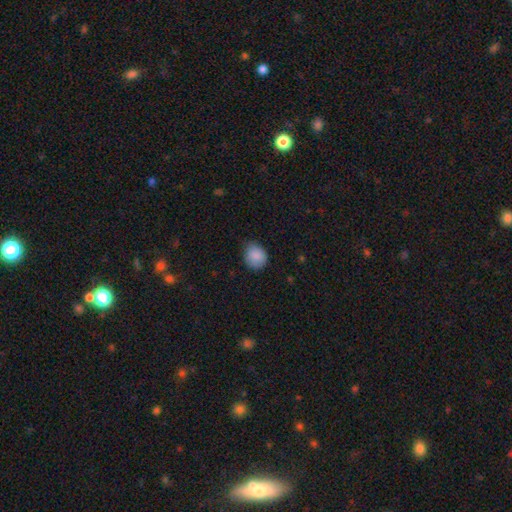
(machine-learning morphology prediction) This is clearly a smooth galaxy (88%). How rounded: likely round (69%). Merging: likely none (68%).